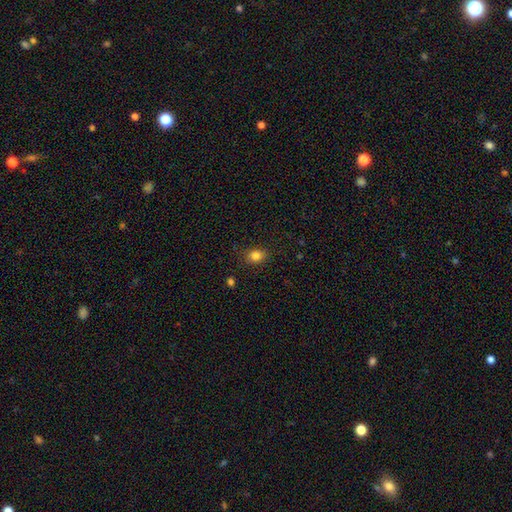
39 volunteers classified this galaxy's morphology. smooth-or-featured: smooth: 85% | star or artifact: 10% | featured or disk: 5%
  how-rounded: round: 64% | in between: 36% | cigar-shaped: 0%
  merging: none: 77% | minor disturbance: 11% | major disturbance: 6% | merger: 6%